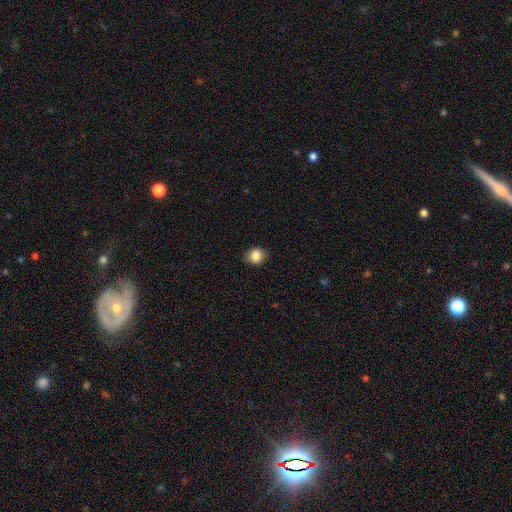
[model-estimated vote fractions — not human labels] The model was most divided on "how rounded": round: 63%, in between: 36%, cigar-shaped: 1%. More confident: merging — none (86%); smooth or featured — smooth (85%).